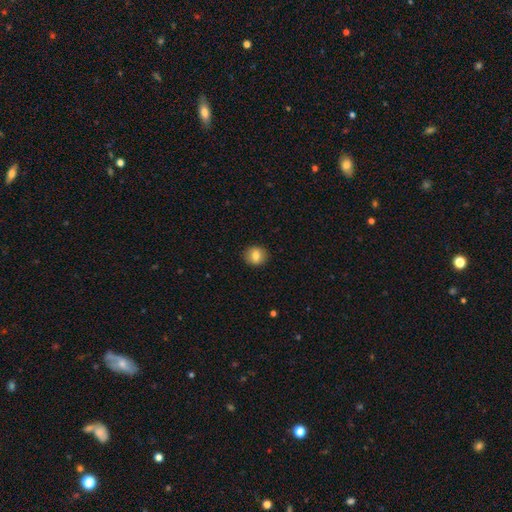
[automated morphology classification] This appears to be a smooth galaxy with no disk features (77%) that is round (79%). Merging: none (90%).